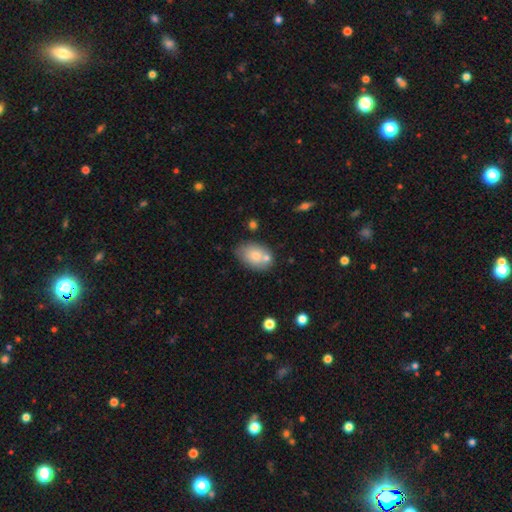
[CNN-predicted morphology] This is likely a smooth galaxy (75%). How rounded: clearly in between (85%). Merging: likely none (62%).